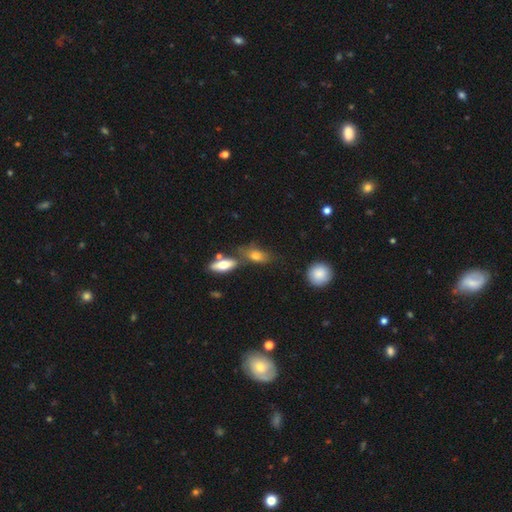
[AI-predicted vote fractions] smooth 74%, featured or disk 17%, star or artifact 9%. Down the decision tree: how rounded — in between (81%); merging — none (50%).